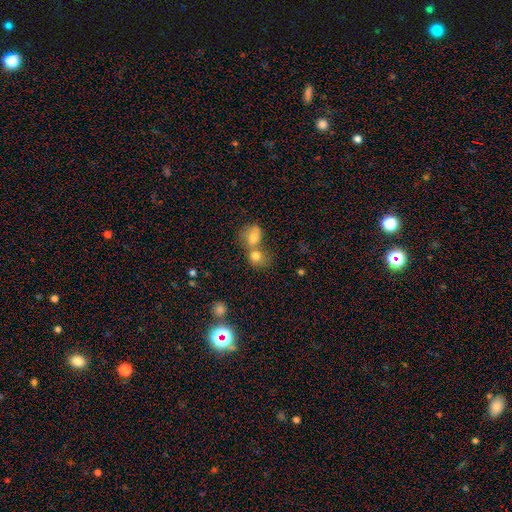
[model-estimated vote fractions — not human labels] Overall: smooth (76%). How rounded: round (64%; in between 35%). Merging: merger (66%).